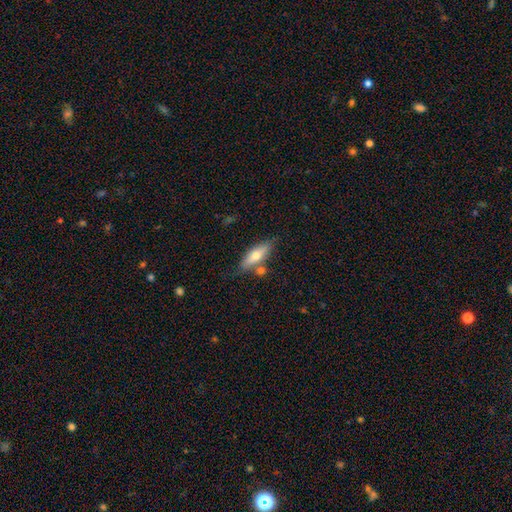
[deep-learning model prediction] Morphology: type=smooth (59%); roundness=cigar-shaped (51%); merging=none (71%).